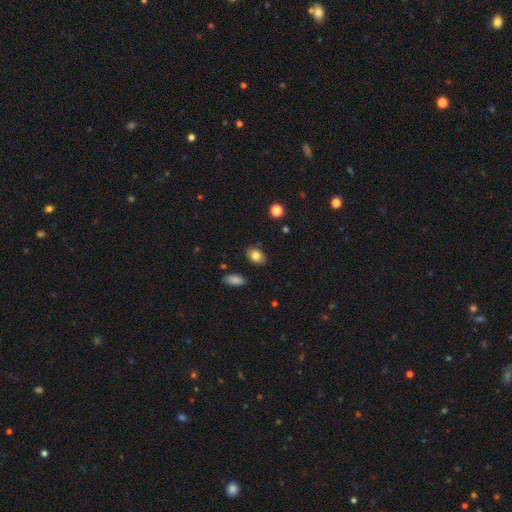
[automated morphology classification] Smooth or featured: smooth — 82% (featured or disk — 9%)
How rounded: in between — 79% (round — 19%)
Merging: none — 85% (minor disturbance — 10%)